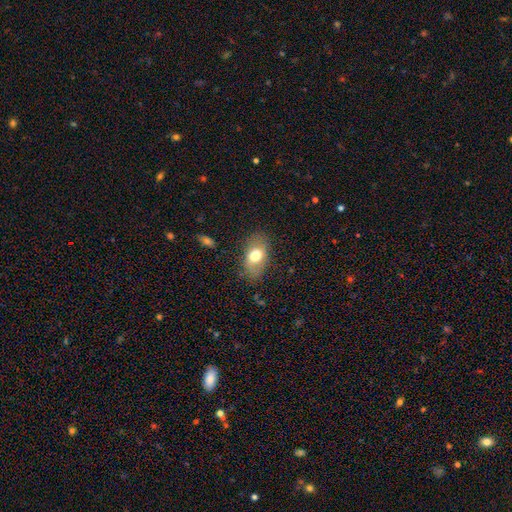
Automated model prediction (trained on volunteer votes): Q: Smooth or featured?
A: smooth (66%); runner-up: featured or disk (26%)
Q: How rounded?
A: in between (90%); runner-up: round (8%)
Q: Merging?
A: none (73%); runner-up: minor disturbance (19%)